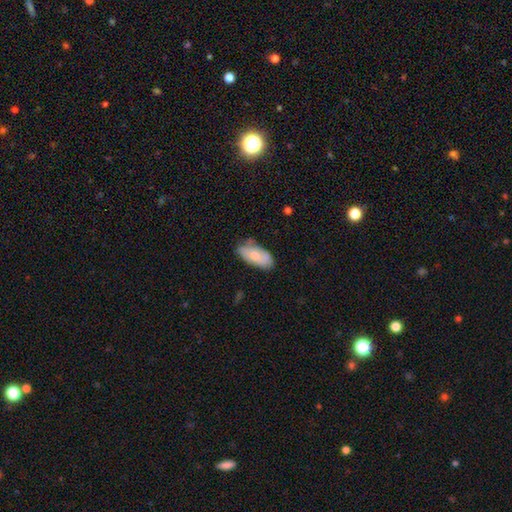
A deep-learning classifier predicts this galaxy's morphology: Q: Smooth or featured?
A: smooth (66%); runner-up: featured or disk (28%)
Q: How rounded?
A: in between (91%); runner-up: cigar-shaped (7%)
Q: Merging?
A: none (67%); runner-up: minor disturbance (26%)